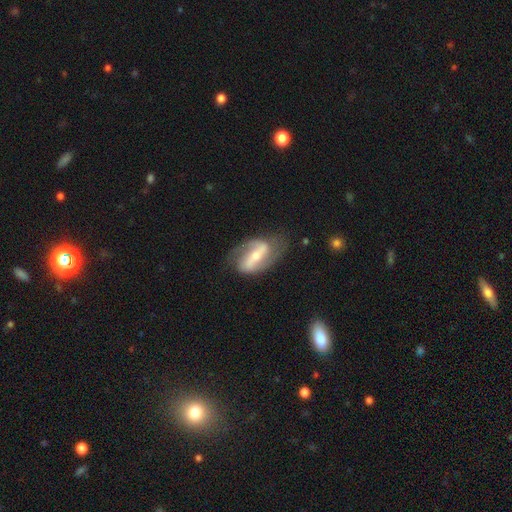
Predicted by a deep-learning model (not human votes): Smooth or featured?
  - featured or disk: 85% *
  - smooth: 11%
  - star or artifact: 5%
Edge-on disk?
  - no: 95% *
  - yes: 5%
Bar?
  - strong: 62% *
  - weak: 26%
  - no: 12%
Spiral arms?
  - yes: 92% *
  - no: 8%
Spiral winding?
  - loose: 42% * (tied)
  - medium: 42% * (tied)
  - tight: 17%
Spiral arm count?
  - 2: 91% *
  - can't tell: 4%
  - 1: 3%
  - 3: 1%
  - 4: 1%
  - more than 4: 1%
Bulge size?
  - small: 47% *
  - moderate: 46%
  - large: 4%
  - none: 2%
  - dominant: 1%
Merging?
  - none: 73% *
  - minor disturbance: 17%
  - major disturbance: 8%
  - merger: 2%